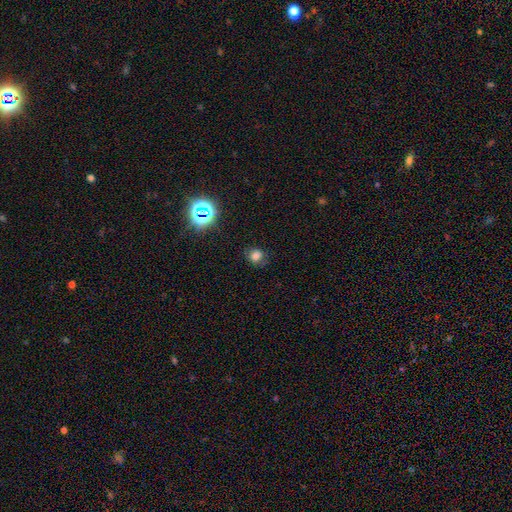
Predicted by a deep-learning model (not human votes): smooth-or-featured: smooth: 71% | star or artifact: 21% | featured or disk: 8%
  how-rounded: round: 70% | in between: 28% | cigar-shaped: 1%
  merging: none: 73% | minor disturbance: 18% | major disturbance: 7% | merger: 2%